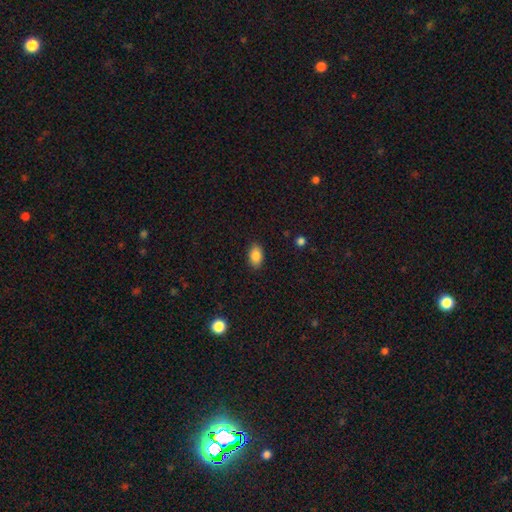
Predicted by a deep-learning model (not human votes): This appears to be a smooth galaxy with no disk features (86%) that is in between round and cigar-shaped (89%). Merging: none (88%).